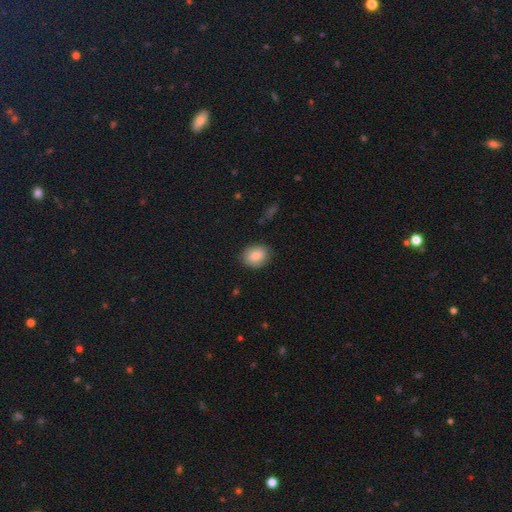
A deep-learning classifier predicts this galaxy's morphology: Smooth or featured?
  - smooth: 86% *
  - star or artifact: 7%
  - featured or disk: 7%
How rounded?
  - in between: 57% *
  - round: 42%
  - cigar-shaped: 1%
Merging?
  - none: 82% *
  - minor disturbance: 14%
  - major disturbance: 3%
  - merger: 1%